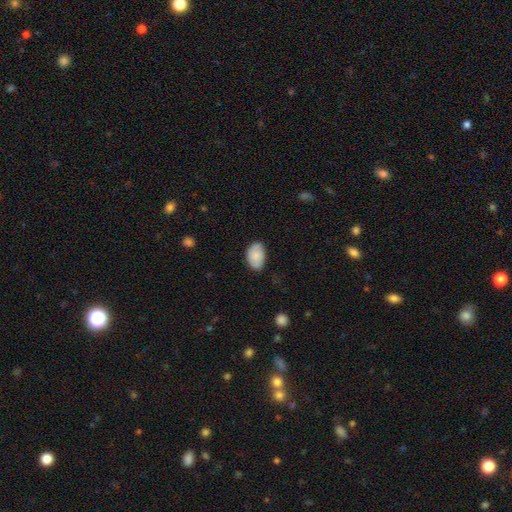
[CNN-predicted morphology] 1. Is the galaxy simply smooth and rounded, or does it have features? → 84% smooth, 10% featured or disk, 7% star or artifact.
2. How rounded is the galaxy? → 91% in between, 8% round, 1% cigar-shaped.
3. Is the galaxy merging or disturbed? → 73% none, 22% minor disturbance, 4% major disturbance, 2% merger.